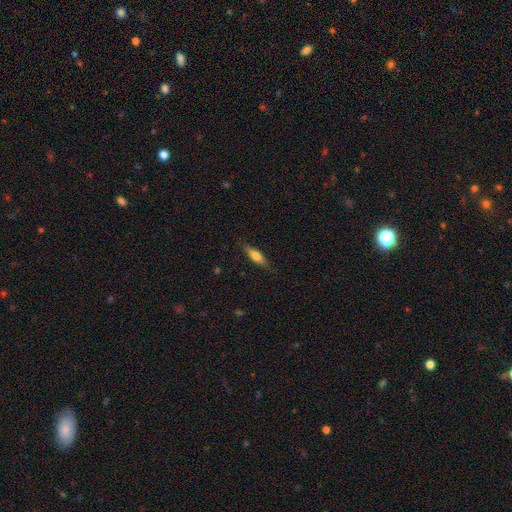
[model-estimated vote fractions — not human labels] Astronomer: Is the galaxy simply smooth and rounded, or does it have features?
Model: smooth — 60%.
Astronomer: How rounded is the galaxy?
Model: cigar-shaped — 58% (runner-up: in between, 39%).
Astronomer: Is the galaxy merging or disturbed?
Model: none — 82%.